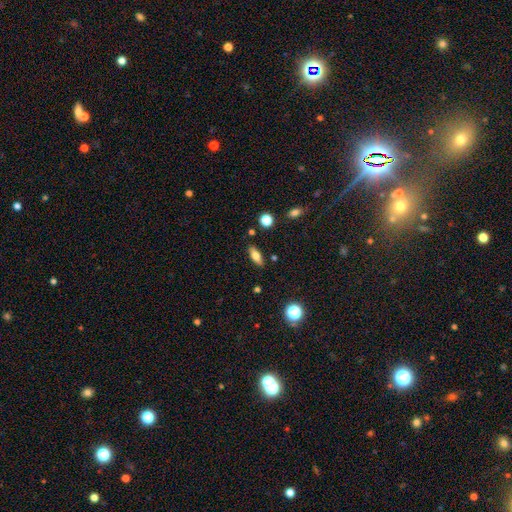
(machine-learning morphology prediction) This appears to be a smooth galaxy with no disk features (69%) that is in between round and cigar-shaped (72%). Merging: none (86%).